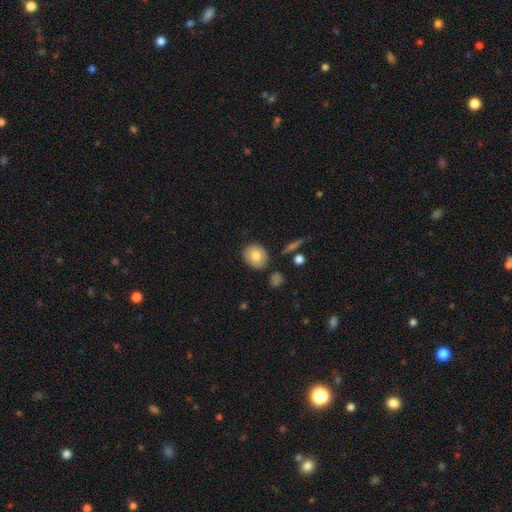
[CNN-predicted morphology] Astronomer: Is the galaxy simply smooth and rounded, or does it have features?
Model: smooth — 78%.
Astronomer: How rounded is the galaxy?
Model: round — 60% (runner-up: in between, 38%).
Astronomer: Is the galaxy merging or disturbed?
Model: none — 83%.